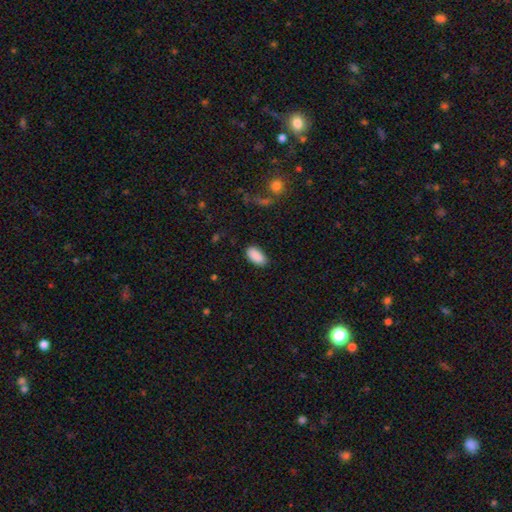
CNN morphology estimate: smooth-or-featured: smooth: 90% | star or artifact: 7% | featured or disk: 3%
  how-rounded: in between: 94% | cigar-shaped: 4% | round: 2%
  merging: none: 84% | minor disturbance: 12% | major disturbance: 3% | merger: 1%